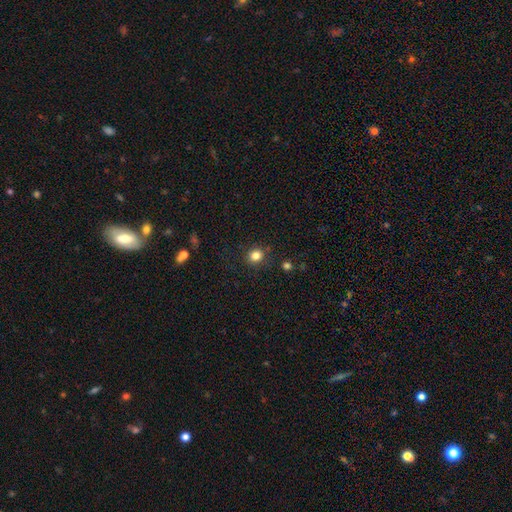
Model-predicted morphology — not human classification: Q: Smooth or featured?
A: smooth (82%); runner-up: star or artifact (12%)
Q: How rounded?
A: round (83%); runner-up: in between (16%)
Q: Merging?
A: none (87%); runner-up: minor disturbance (8%)